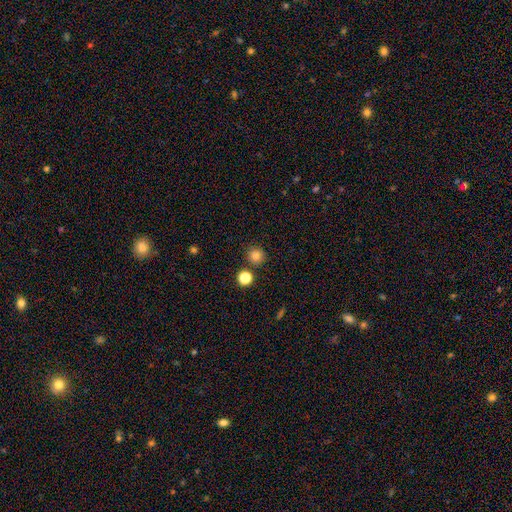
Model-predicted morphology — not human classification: Q: Smooth or featured?
A: smooth (82%); runner-up: star or artifact (13%)
Q: How rounded?
A: round (93%); runner-up: in between (6%)
Q: Merging?
A: none (84%); runner-up: minor disturbance (7%)